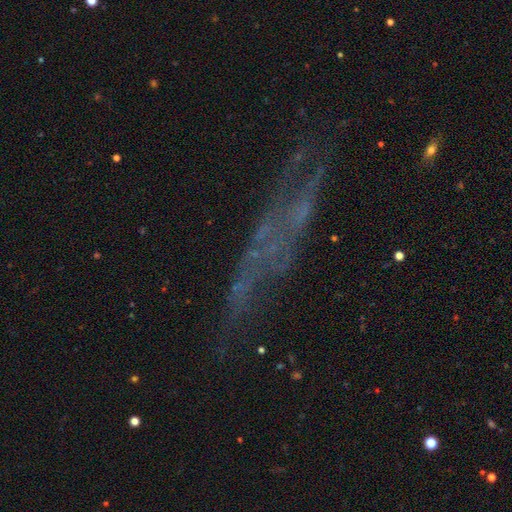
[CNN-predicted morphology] Smooth or featured: featured or disk — 48% (star or artifact — 28%)
Merging: none — 60% (minor disturbance — 20%)